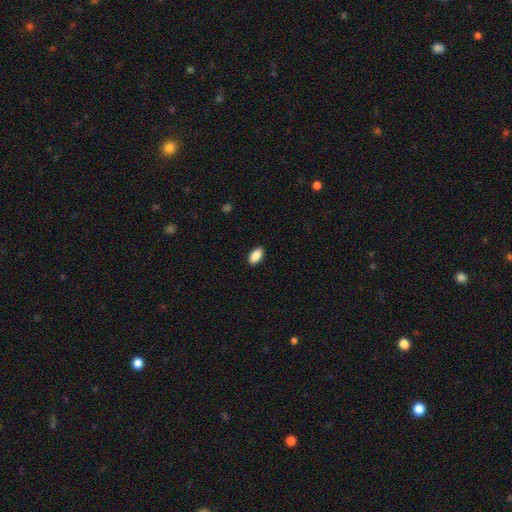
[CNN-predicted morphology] A smooth galaxy with no disk features (89%) that is in between round and cigar-shaped (93%).

Vote fractions:
- Smooth or featured? smooth: 89% / star or artifact: 7% / featured or disk: 4%
- How rounded? in between: 93% / round: 4% / cigar-shaped: 3%
- Merging? none: 89% / minor disturbance: 8% / major disturbance: 2% / merger: 1%